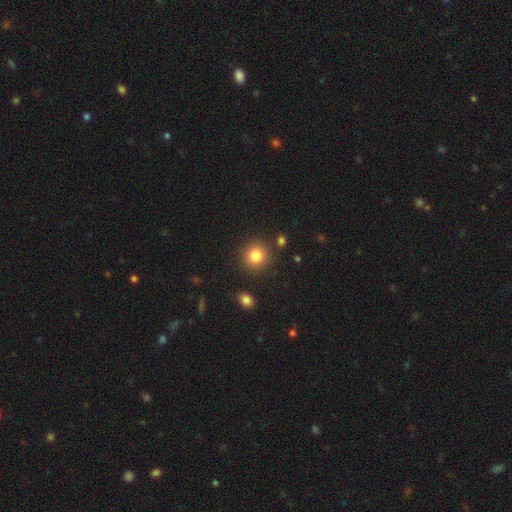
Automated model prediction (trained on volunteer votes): Smooth or featured? smooth (83%)
How rounded? round (91%)
Merging? none (88%)